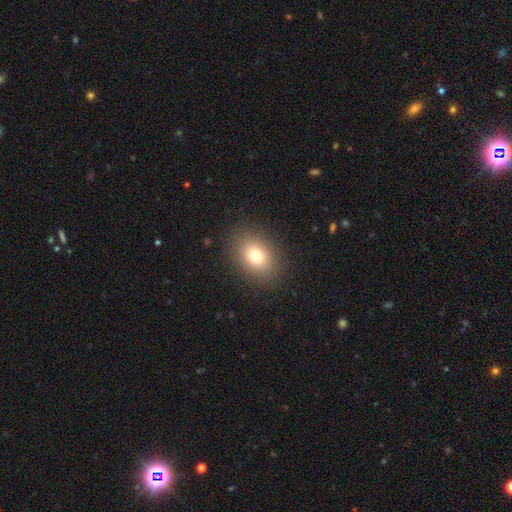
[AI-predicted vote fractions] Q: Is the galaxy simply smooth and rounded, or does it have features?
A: smooth — 76%.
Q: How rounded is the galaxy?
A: in between — 61%.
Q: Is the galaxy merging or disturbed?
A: none — 88%.